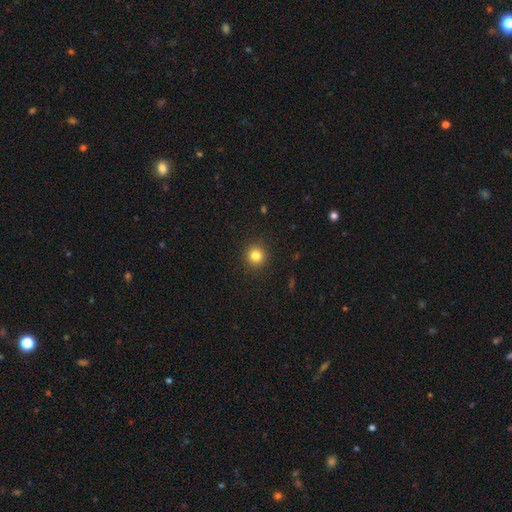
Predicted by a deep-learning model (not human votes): Smooth or featured? Predicted: smooth (p=0.83). How rounded? Predicted: round (p=0.93). Merging? Predicted: none (p=0.92).